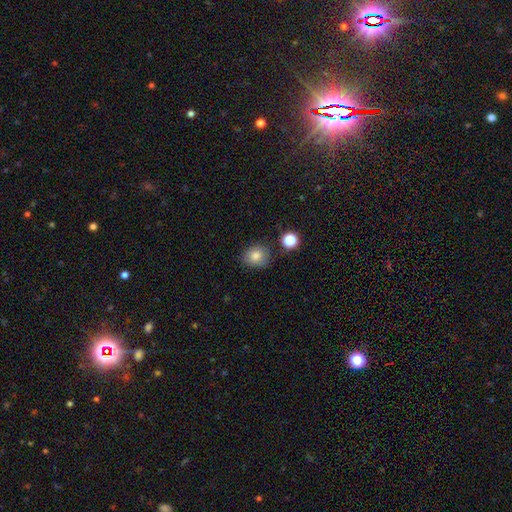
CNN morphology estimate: smooth 81%, star or artifact 11%, featured or disk 8%. Down the decision tree: how rounded — round (66%); merging — none (74%).